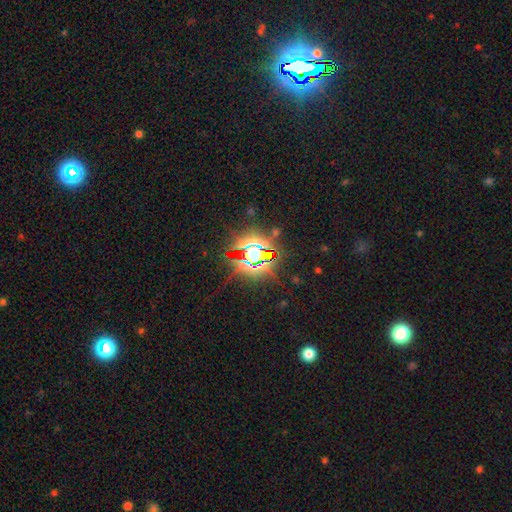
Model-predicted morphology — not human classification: This appears to be a star or artifact, not a galaxy (78%).